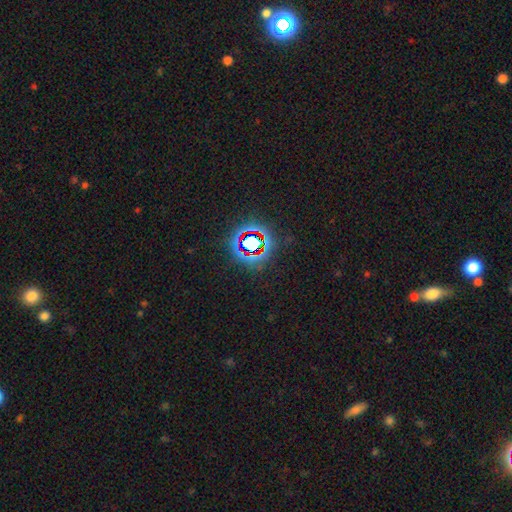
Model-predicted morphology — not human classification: Q: Smooth or featured?
A: star or artifact (77%); runner-up: smooth (13%)